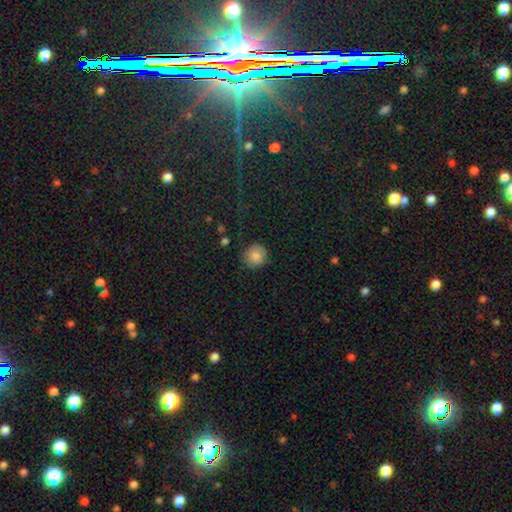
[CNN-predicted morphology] Overall: smooth (85%). How rounded: round (92%). Merging: none (86%).